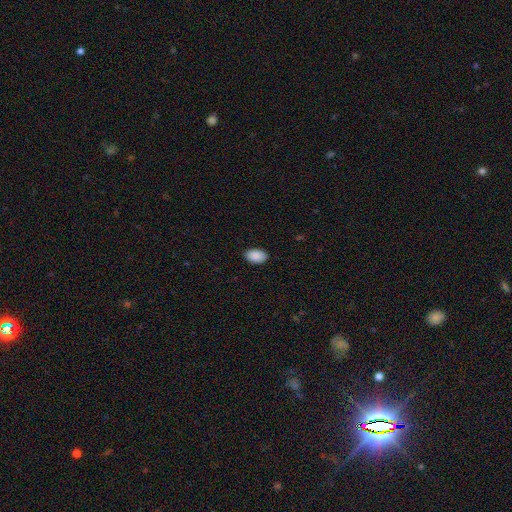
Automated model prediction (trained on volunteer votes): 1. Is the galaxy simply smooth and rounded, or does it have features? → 90% smooth, 7% star or artifact, 4% featured or disk.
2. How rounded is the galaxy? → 91% in between, 8% round, 1% cigar-shaped.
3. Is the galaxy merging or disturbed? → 87% none, 10% minor disturbance, 2% major disturbance, 1% merger.